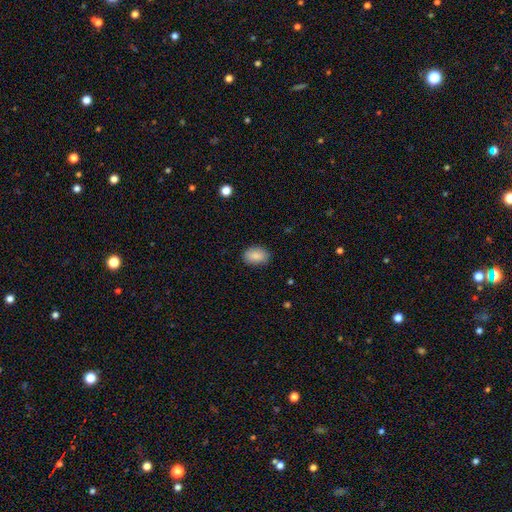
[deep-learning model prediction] Smooth or featured: smooth — 87% (star or artifact — 7%)
How rounded: in between — 85% (round — 14%)
Merging: none — 83% (minor disturbance — 14%)